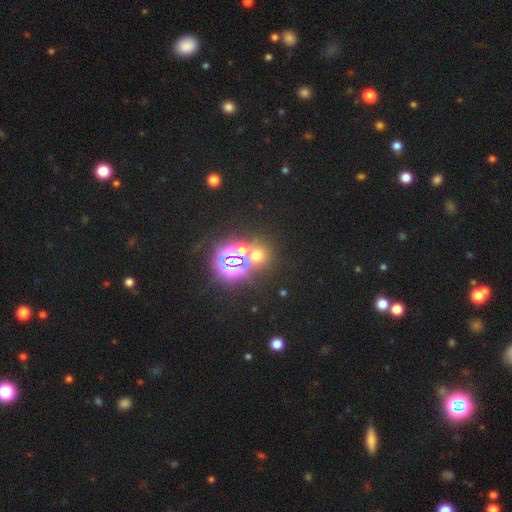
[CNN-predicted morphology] Q: Smooth or featured?
A: star or artifact (51%); runner-up: smooth (39%)